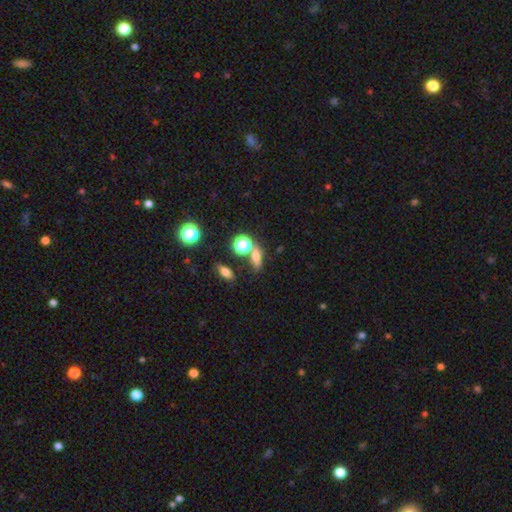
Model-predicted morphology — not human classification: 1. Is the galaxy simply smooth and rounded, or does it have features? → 67% smooth, 20% star or artifact, 13% featured or disk.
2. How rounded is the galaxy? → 55% in between, 28% round, 17% cigar-shaped.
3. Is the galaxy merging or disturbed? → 60% none, 21% merger, 13% minor disturbance, 6% major disturbance.